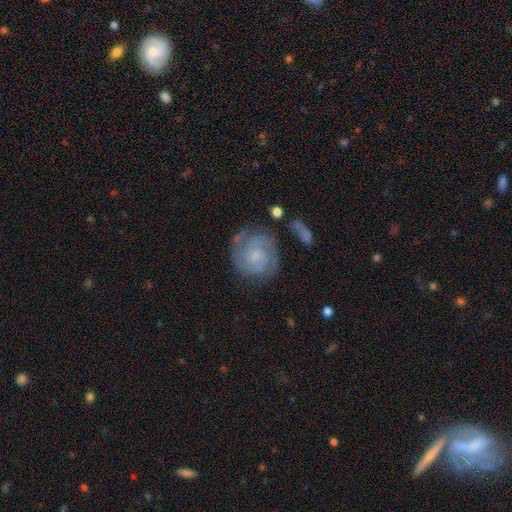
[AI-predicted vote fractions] This is likely a featured or disk galaxy (76%). It is clearly not viewed edge-on (98%). Bar: likely no (74%). Spiral arm pattern: clearly yes (92%). Spiral arm count: marginally 2 (38%). Spiral winding: likely tight (66%). Central bulge: likely small (72%). Merging: likely none (67%).